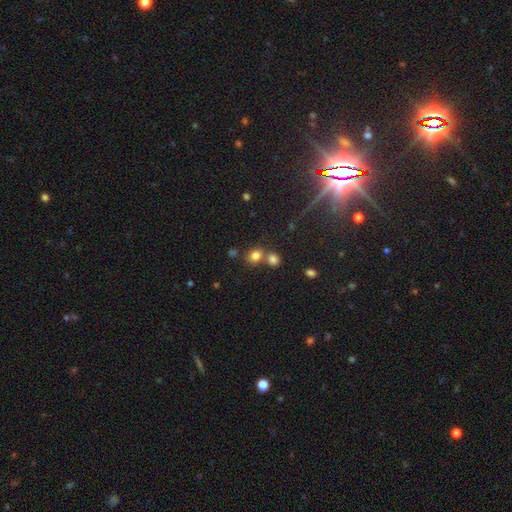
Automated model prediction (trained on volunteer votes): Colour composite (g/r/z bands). It shows a smooth galaxy with no disk features (78%) that is round (64%). Merging: none (55%).